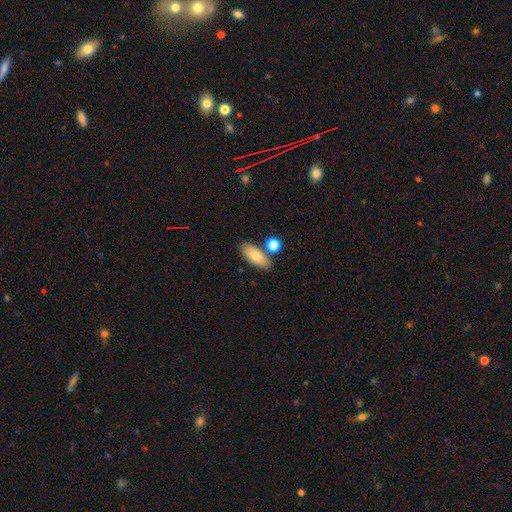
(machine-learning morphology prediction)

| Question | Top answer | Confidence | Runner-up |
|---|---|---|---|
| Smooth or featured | smooth | 78% | featured or disk (15%) |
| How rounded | in between | 85% | cigar-shaped (11%) |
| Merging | none | 73% | merger (13%) |